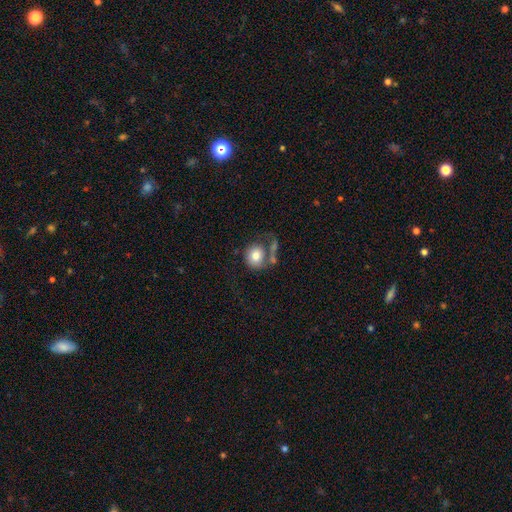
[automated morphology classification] Smooth or featured?
  - smooth: 76% *
  - featured or disk: 16%
  - star or artifact: 8%
How rounded?
  - round: 77% *
  - in between: 22%
  - cigar-shaped: 1%
Merging?
  - none: 39% *
  - merger: 25%
  - major disturbance: 19%
  - minor disturbance: 17%